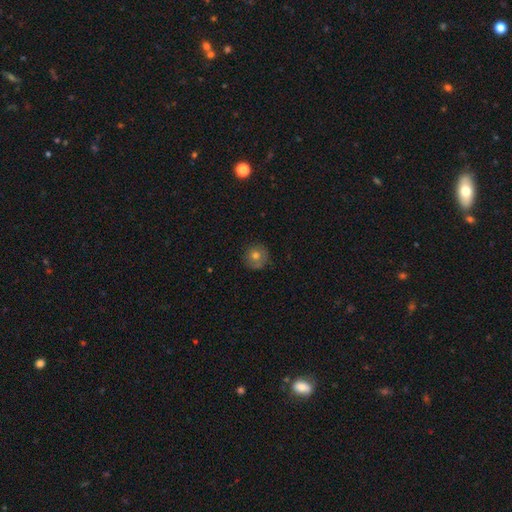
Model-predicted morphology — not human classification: Smooth or featured?
  - smooth: 72% *
  - featured or disk: 16%
  - star or artifact: 12%
How rounded?
  - round: 93% *
  - in between: 6%
  - cigar-shaped: 1%
Merging?
  - none: 81% *
  - minor disturbance: 14%
  - major disturbance: 4%
  - merger: 1%